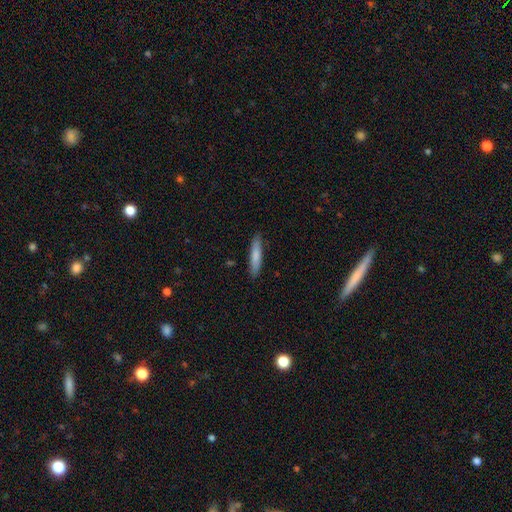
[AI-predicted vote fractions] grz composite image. It shows a smooth galaxy with no disk features (80%) that is cigar-shaped (89%). Merging: none (88%).